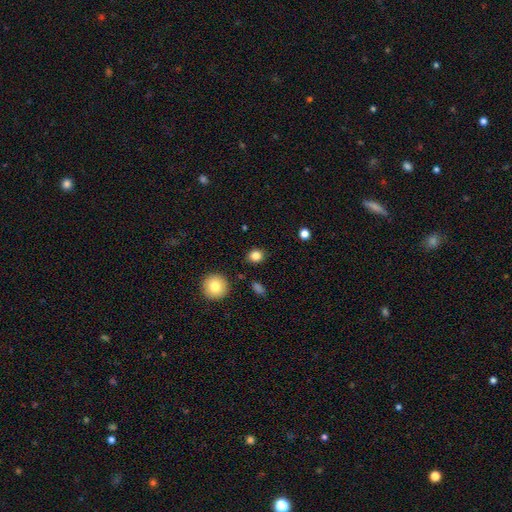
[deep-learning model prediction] Smooth or featured? smooth (84%)
How rounded? round (70%)
Merging? none (88%)